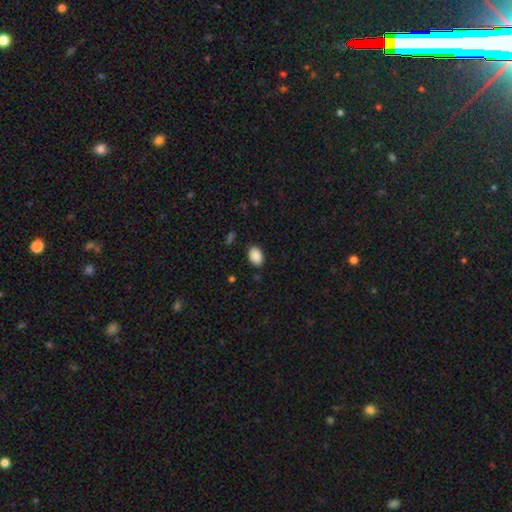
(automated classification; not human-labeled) Q: Smooth or featured?
A: smooth (90%); runner-up: star or artifact (7%)
Q: How rounded?
A: in between (87%); runner-up: round (12%)
Q: Merging?
A: none (87%); runner-up: minor disturbance (9%)